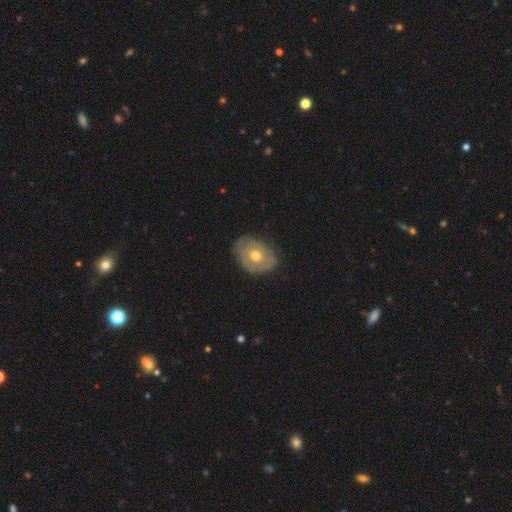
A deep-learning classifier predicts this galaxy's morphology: smooth-or-featured: featured or disk: 48% | smooth: 45% | star or artifact: 7%
  merging: none: 70% | minor disturbance: 24% | major disturbance: 5% | merger: 1%